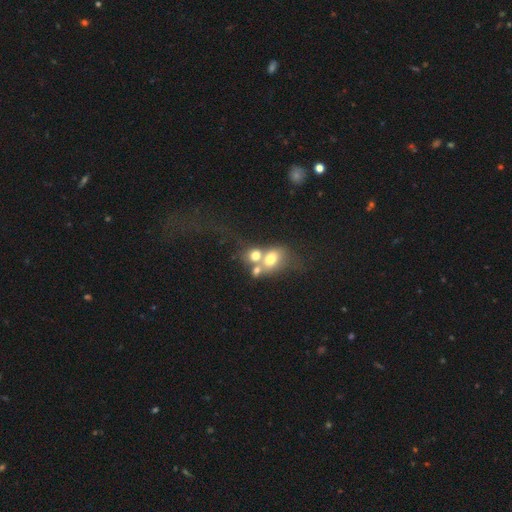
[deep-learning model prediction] Smooth or featured? smooth (64%)
How rounded? round (51%)
Merging? merger (62%)